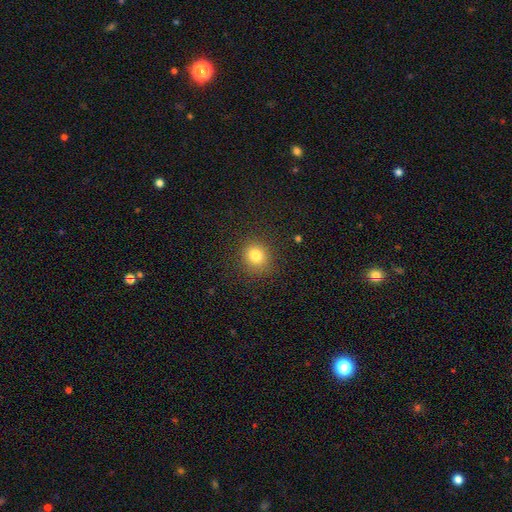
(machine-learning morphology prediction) Q: Smooth or featured?
A: smooth (81%); runner-up: star or artifact (13%)
Q: How rounded?
A: round (80%); runner-up: in between (19%)
Q: Merging?
A: none (86%); runner-up: minor disturbance (9%)